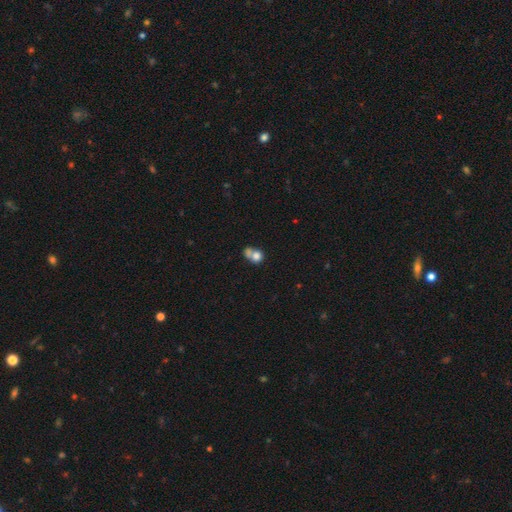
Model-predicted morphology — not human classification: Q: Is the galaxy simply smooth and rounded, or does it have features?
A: smooth — 75%.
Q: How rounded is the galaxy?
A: round — 67%.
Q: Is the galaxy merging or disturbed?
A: merger — 55%.